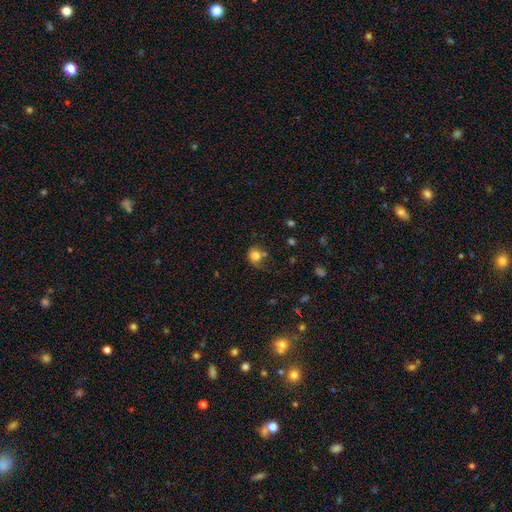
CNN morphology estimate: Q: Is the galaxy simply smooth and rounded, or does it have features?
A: smooth — 78%.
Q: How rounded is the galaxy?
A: round — 72%.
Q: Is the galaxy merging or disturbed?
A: none — 49%.